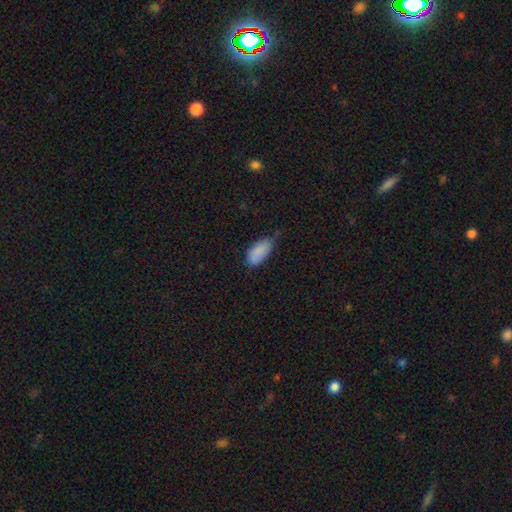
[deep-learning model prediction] Overall: smooth (87%). How rounded: in between (91%). Merging: none (47%; minor disturbance 42%).